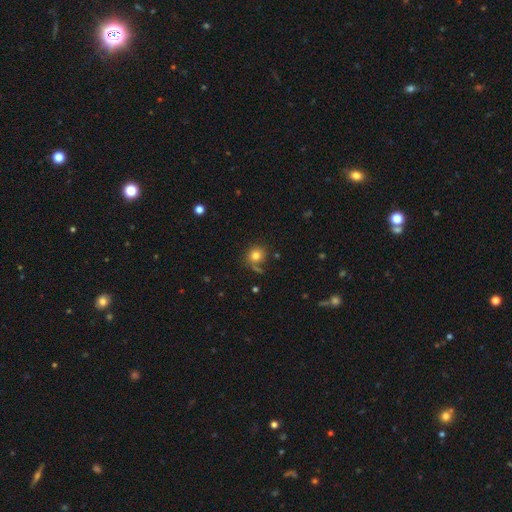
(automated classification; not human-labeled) Smooth or featured?
  - smooth: 79% *
  - star or artifact: 12%
  - featured or disk: 9%
How rounded?
  - round: 85% *
  - in between: 14%
  - cigar-shaped: 1%
Merging?
  - none: 70% *
  - minor disturbance: 15%
  - merger: 8%
  - major disturbance: 7%